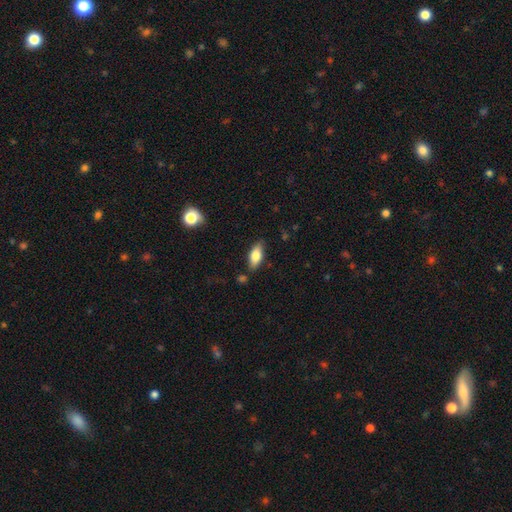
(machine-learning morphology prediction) This appears to be a smooth galaxy with no disk features (77%) that is in between round and cigar-shaped (83%). Merging: none (82%).